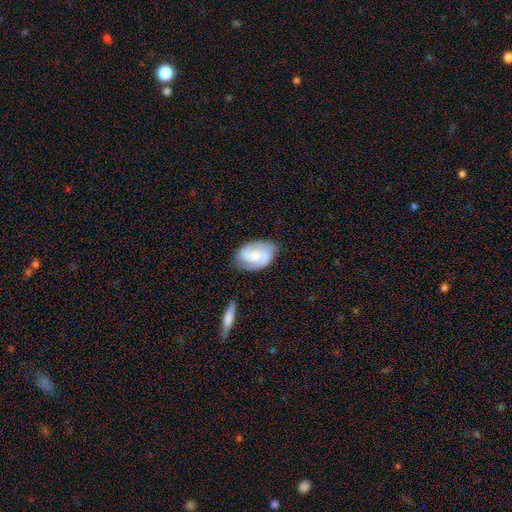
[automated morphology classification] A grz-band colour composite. It shows a featured or disk galaxy (64%) with no bar (53%), 2 (80%) medium (48%) spiral arms (92%) and a moderate central bulge (42%). Merging: none (71%).